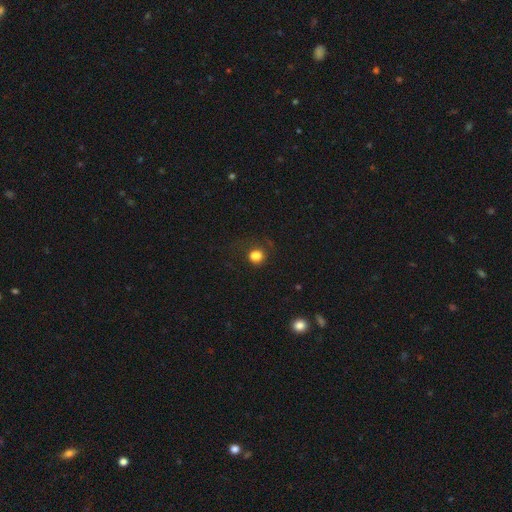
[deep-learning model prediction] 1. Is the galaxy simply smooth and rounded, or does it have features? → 83% smooth, 12% star or artifact, 5% featured or disk.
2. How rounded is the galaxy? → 83% round, 16% in between, 1% cigar-shaped.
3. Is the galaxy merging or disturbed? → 75% none, 14% minor disturbance, 9% major disturbance, 2% merger.